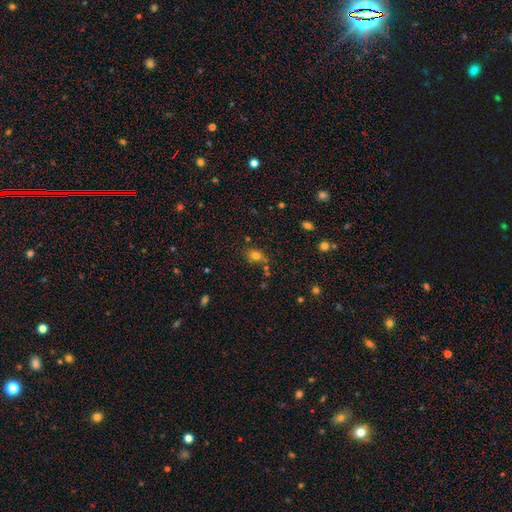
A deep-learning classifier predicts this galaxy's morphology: This is likely a smooth galaxy (76%). How rounded: possibly in between (58%). Merging: likely none (66%).